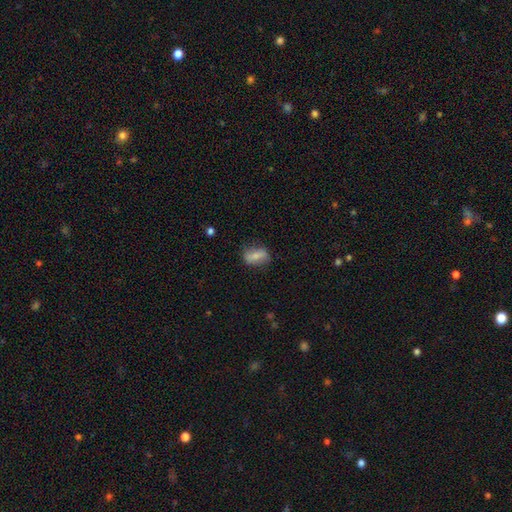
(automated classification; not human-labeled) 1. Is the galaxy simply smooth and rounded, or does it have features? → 68% smooth, 24% featured or disk, 8% star or artifact.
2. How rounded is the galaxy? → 80% in between, 12% round, 9% cigar-shaped.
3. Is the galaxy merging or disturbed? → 74% none, 19% minor disturbance, 5% major disturbance, 2% merger.